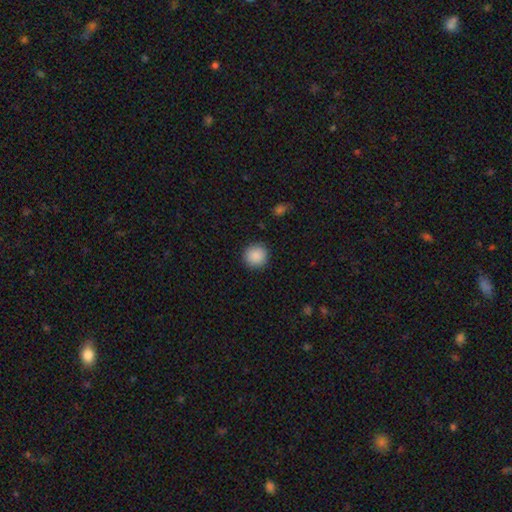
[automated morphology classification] This appears to be a smooth galaxy with no disk features (89%) that is round (94%). Merging: none (91%).